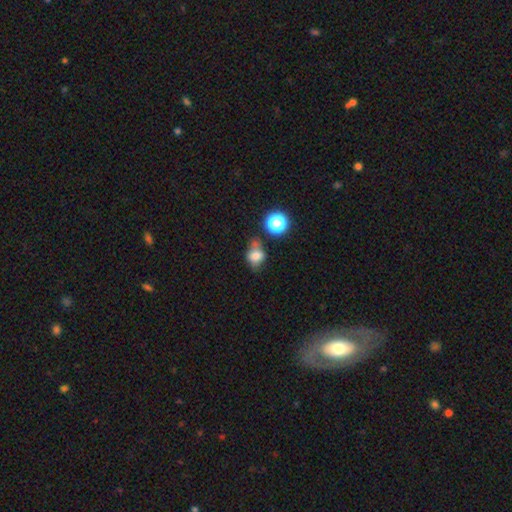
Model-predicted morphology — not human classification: Q: Smooth or featured?
A: smooth (72%); runner-up: star or artifact (14%)
Q: How rounded?
A: in between (56%); runner-up: round (43%)
Q: Merging?
A: none (42%); runner-up: minor disturbance (28%)